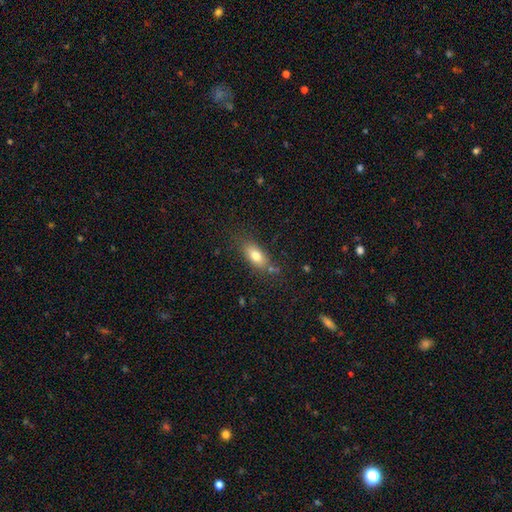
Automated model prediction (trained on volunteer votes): A smooth galaxy with no disk features (76%) that is in between round and cigar-shaped (83%).

Vote fractions:
- Smooth or featured? smooth: 76% / featured or disk: 15% / star or artifact: 9%
- How rounded? in between: 83% / cigar-shaped: 12% / round: 6%
- Merging? none: 74% / minor disturbance: 17% / major disturbance: 5% / merger: 4%